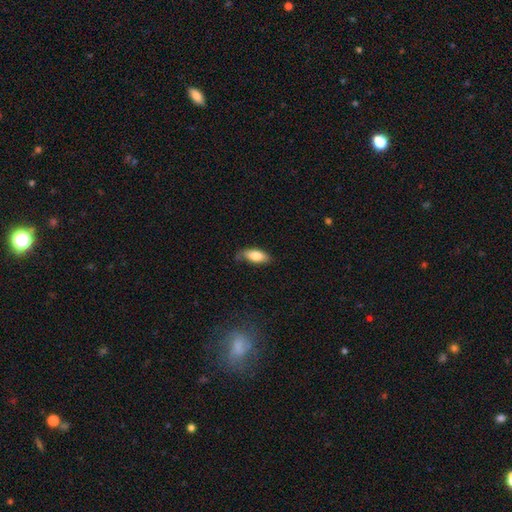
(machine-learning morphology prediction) A smooth galaxy with no disk features (81%) that is in between round and cigar-shaped (84%). Merging: none (66%).